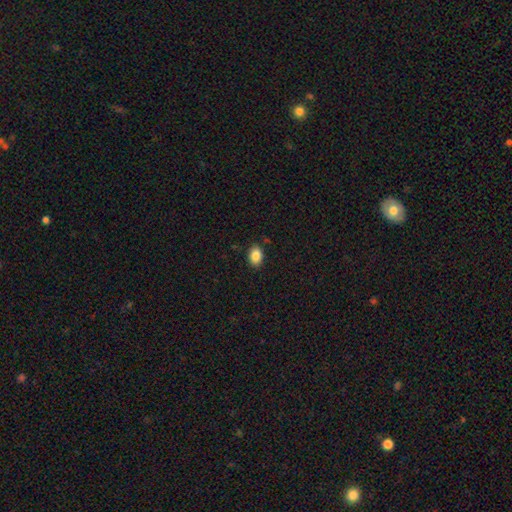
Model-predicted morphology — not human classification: type=smooth (87%); roundness=in between (79%); merging=none (87%).